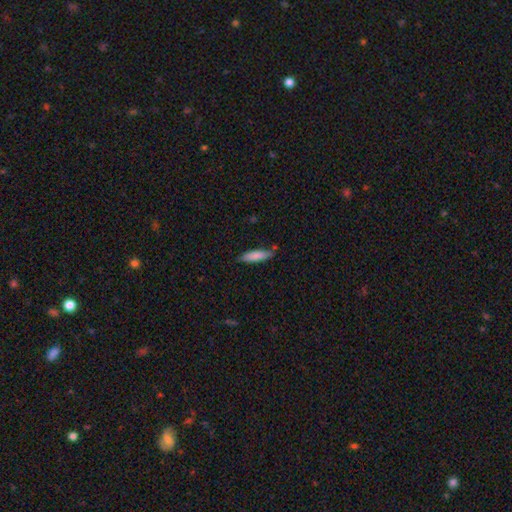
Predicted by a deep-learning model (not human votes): Smooth or featured? Predicted: smooth (p=0.83). How rounded? Predicted: cigar-shaped (p=0.67). Merging? Predicted: none (p=0.74).